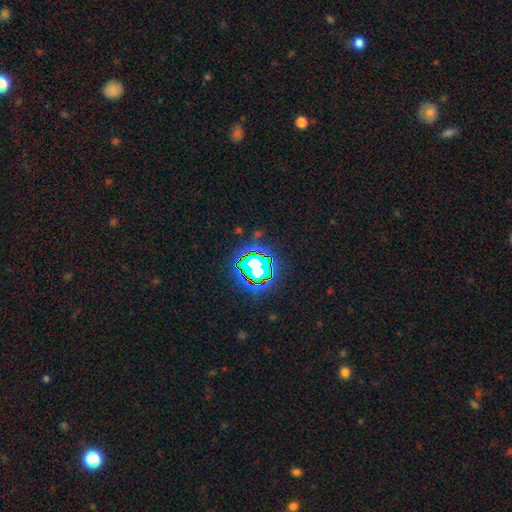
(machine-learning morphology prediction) type=star or artifact (74%).